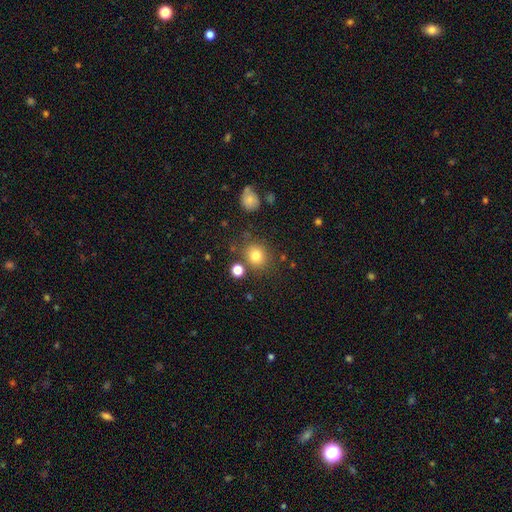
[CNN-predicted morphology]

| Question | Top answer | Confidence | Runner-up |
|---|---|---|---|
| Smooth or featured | smooth | 79% | star or artifact (14%) |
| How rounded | round | 83% | in between (16%) |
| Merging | none | 78% | minor disturbance (10%) |